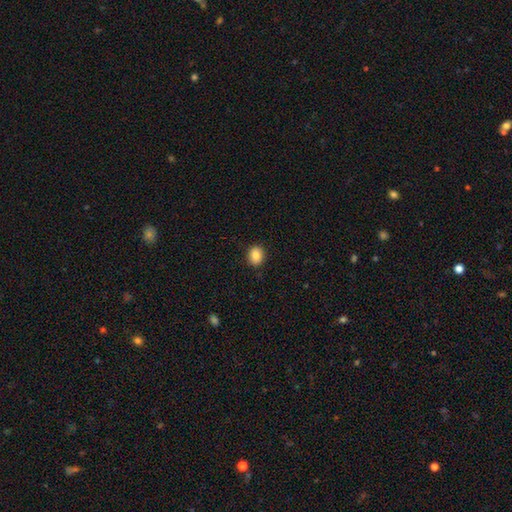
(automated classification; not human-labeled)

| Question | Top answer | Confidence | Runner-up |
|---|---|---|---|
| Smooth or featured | smooth | 87% | star or artifact (9%) |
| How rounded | in between | 50% | round (49%) |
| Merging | none | 89% | minor disturbance (8%) |